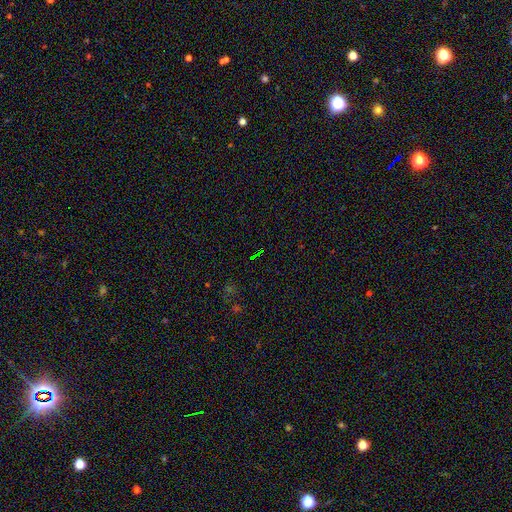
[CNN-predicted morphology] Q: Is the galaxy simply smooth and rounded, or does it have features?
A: star or artifact — 75%.